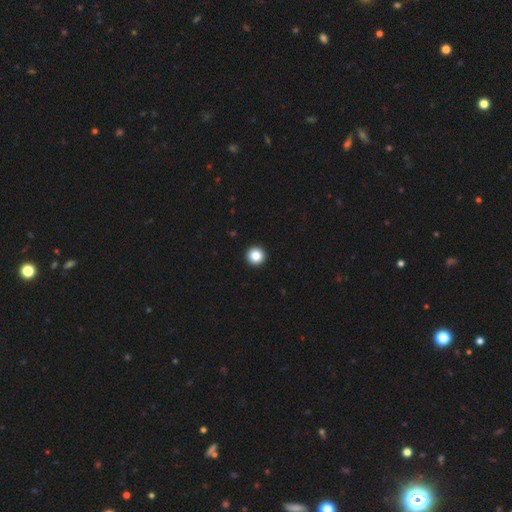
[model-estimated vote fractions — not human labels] A smooth galaxy with no disk features (87%) that is round (97%).

Vote fractions:
- Smooth or featured? smooth: 87% / star or artifact: 10% / featured or disk: 4%
- How rounded? round: 97% / in between: 2% / cigar-shaped: 1%
- Merging? none: 94% / minor disturbance: 3% / major disturbance: 1% / merger: 1%